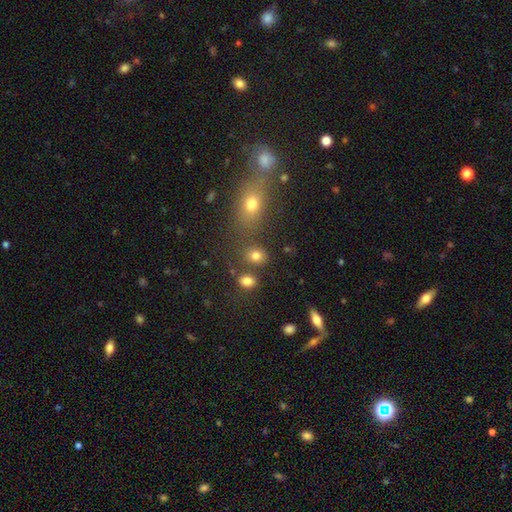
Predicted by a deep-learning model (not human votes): smooth_or_featured: smooth (p=0.80) [alt: star or artifact p=0.13]
how_rounded: in between (p=0.56) [alt: round p=0.42]
merging: none (p=0.70) [alt: merger p=0.15]